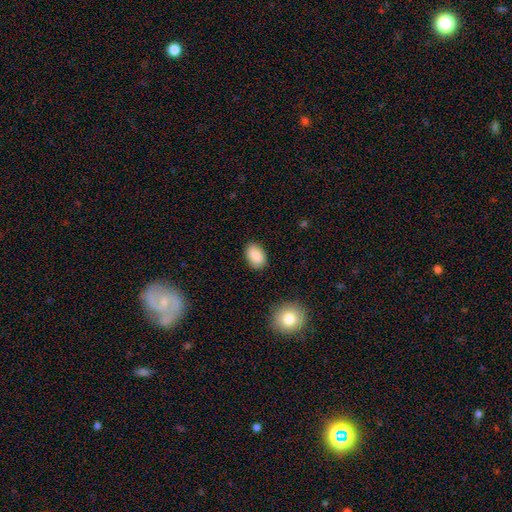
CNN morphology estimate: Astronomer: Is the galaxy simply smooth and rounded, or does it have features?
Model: smooth — 88%.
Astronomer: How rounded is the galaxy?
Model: in between — 88%.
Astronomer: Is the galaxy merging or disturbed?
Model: none — 86%.